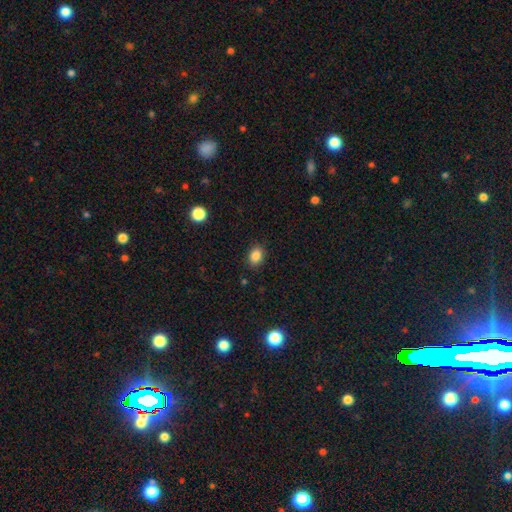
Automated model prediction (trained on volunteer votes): Smooth or featured? smooth (85%)
How rounded? in between (62%)
Merging? none (87%)